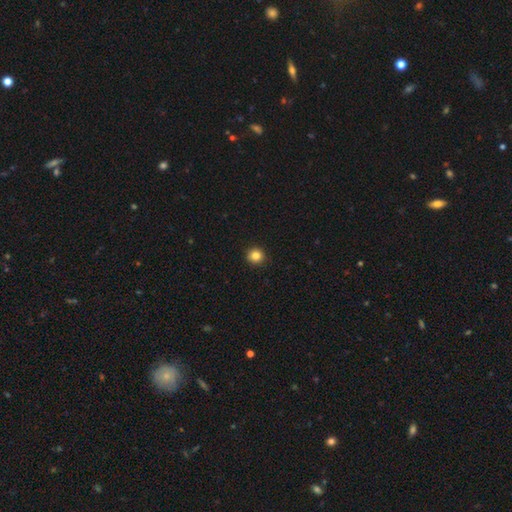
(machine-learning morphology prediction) type=smooth (84%); roundness=round (92%); merging=none (93%).